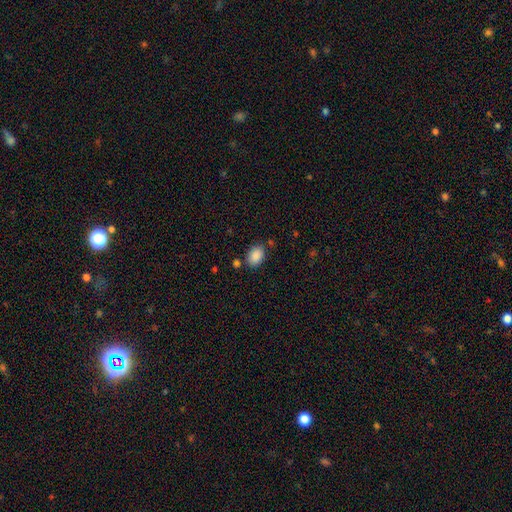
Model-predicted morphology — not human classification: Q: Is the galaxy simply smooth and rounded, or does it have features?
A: smooth — 89%.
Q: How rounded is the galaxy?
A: in between — 84%.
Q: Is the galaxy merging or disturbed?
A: none — 79%.